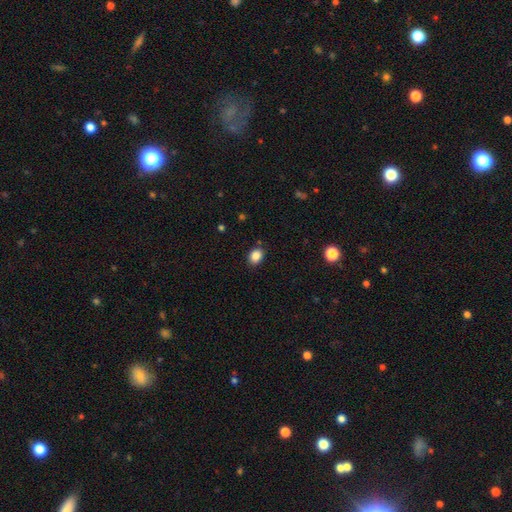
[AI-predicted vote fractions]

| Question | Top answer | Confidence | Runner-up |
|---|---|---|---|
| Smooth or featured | smooth | 86% | star or artifact (10%) |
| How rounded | in between | 63% | round (36%) |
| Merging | none | 86% | minor disturbance (10%) |